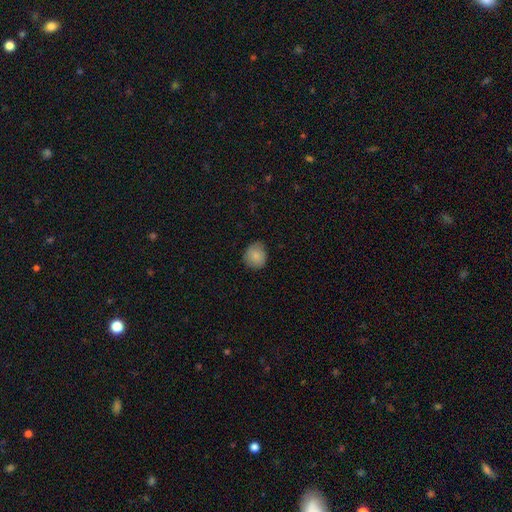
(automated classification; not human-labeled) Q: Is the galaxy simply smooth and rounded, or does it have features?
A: smooth — 85%.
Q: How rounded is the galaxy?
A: round — 78%.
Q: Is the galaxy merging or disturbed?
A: none — 79%.